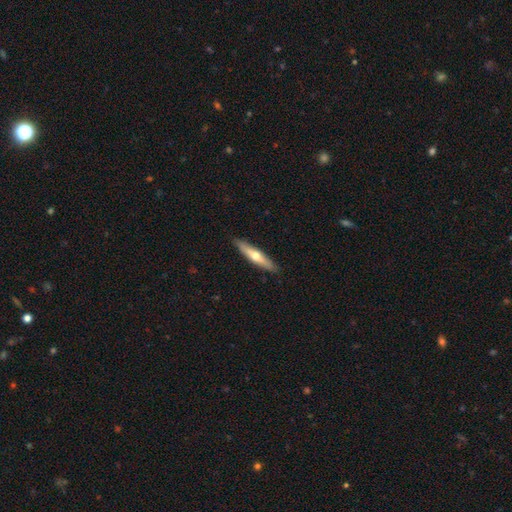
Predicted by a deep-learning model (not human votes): This appears to be a featured or disk galaxy (48%). Merging: none (89%).